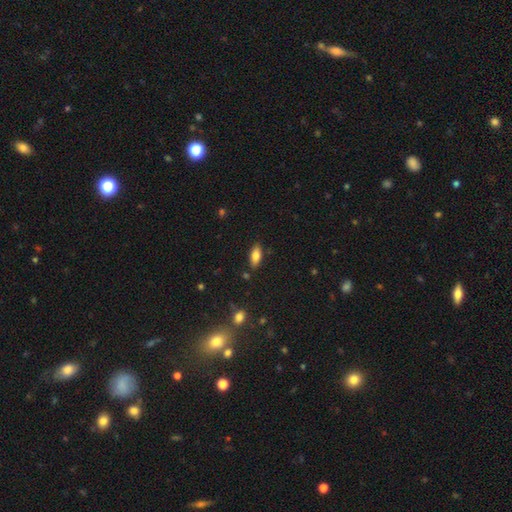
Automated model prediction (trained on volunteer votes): Overall: smooth (77%). How rounded: in between (84%). Merging: none (84%).